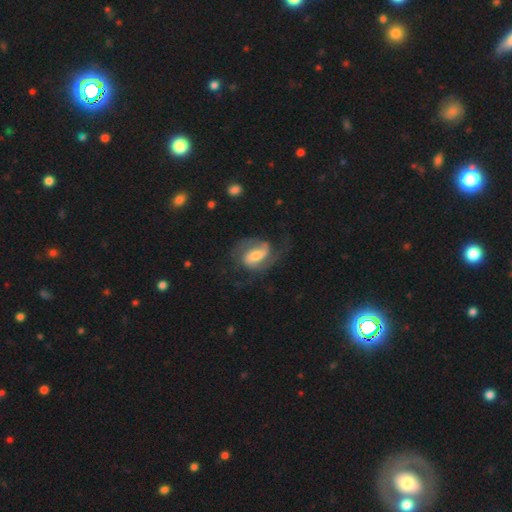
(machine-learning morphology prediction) A featured or disk galaxy (84%) with a weak bar (44%), 2 (85%) medium (52%) spiral arms (95%) and a moderate central bulge (55%). Merging: none (65%).